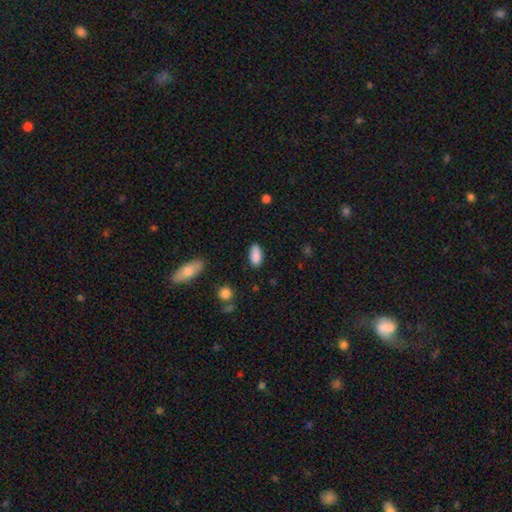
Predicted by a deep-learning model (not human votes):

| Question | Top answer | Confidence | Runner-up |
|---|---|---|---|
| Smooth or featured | smooth | 88% | star or artifact (7%) |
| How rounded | in between | 92% | cigar-shaped (6%) |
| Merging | none | 82% | minor disturbance (14%) |